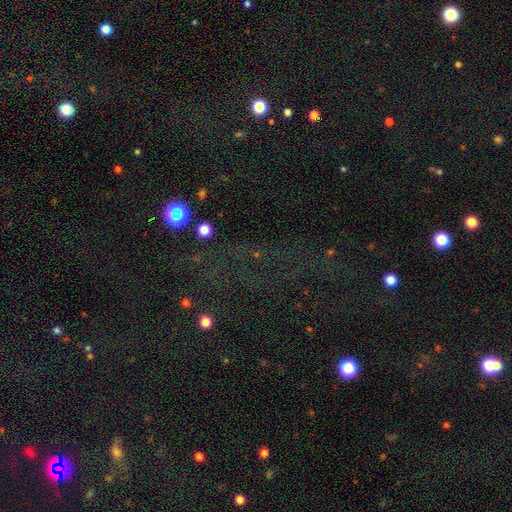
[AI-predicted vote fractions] Smooth or featured? star or artifact (72%)